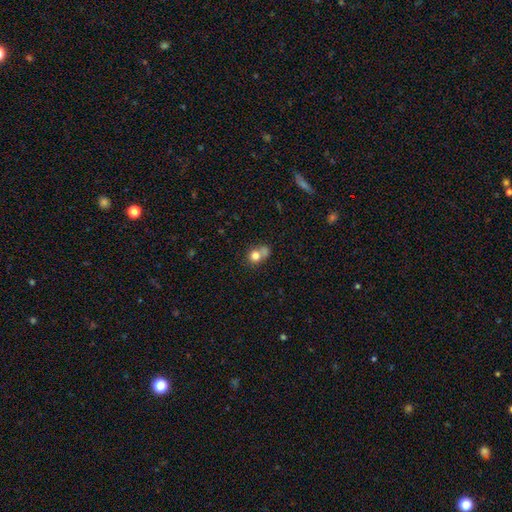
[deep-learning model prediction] Q: Smooth or featured?
A: smooth (76%); runner-up: featured or disk (13%)
Q: How rounded?
A: round (75%); runner-up: in between (24%)
Q: Merging?
A: merger (45%); runner-up: none (36%)